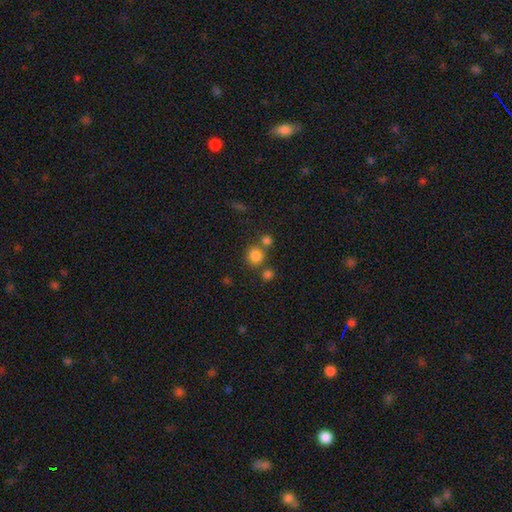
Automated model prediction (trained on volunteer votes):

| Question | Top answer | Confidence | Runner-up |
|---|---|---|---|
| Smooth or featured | smooth | 80% | star or artifact (14%) |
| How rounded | round | 86% | in between (13%) |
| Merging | none | 67% | merger (20%) |